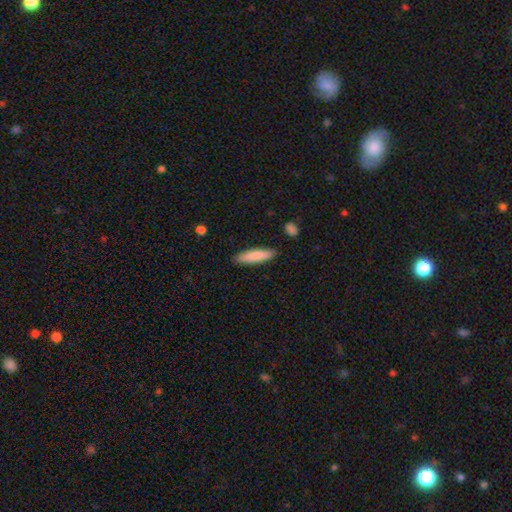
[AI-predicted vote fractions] Smooth or featured?
  - smooth: 85% *
  - featured or disk: 10%
  - star or artifact: 6%
How rounded?
  - cigar-shaped: 74% *
  - in between: 24%
  - round: 1%
Merging?
  - none: 87% *
  - minor disturbance: 9%
  - major disturbance: 2%
  - merger: 2%